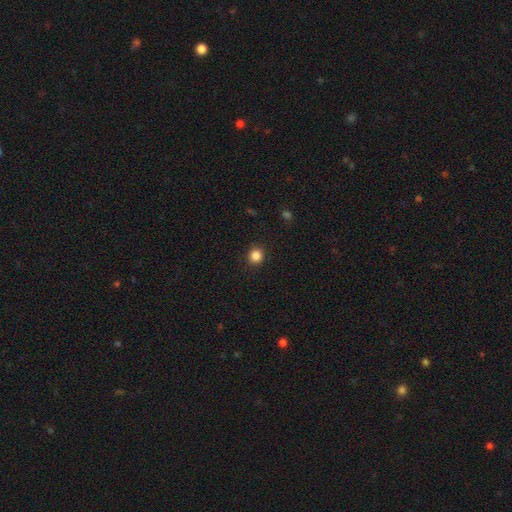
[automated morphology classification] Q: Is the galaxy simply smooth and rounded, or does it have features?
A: smooth — 85%.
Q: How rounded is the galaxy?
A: round — 89%.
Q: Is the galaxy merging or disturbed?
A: none — 92%.